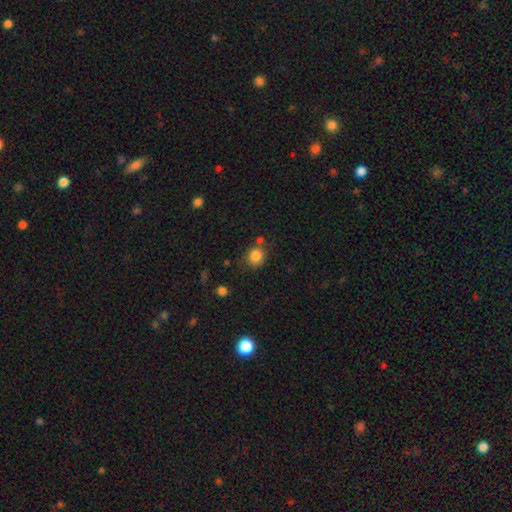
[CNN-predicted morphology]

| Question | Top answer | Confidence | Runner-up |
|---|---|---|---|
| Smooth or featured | smooth | 84% | star or artifact (11%) |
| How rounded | round | 76% | in between (23%) |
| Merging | none | 67% | minor disturbance (17%) |